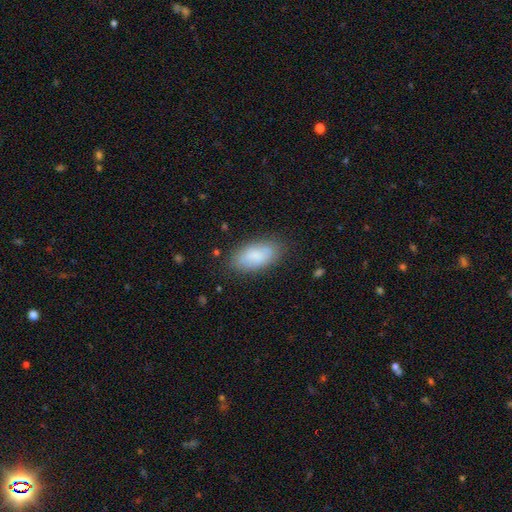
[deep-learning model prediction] The model was most divided on "merging": none: 80%, minor disturbance: 15%, major disturbance: 4%, merger: 1%. More confident: how rounded — in between (92%); smooth or featured — smooth (82%).